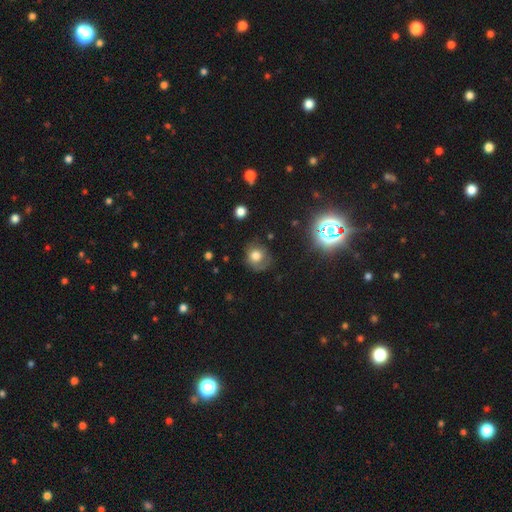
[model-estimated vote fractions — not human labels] Smooth or featured? smooth (69%)
How rounded? round (79%)
Merging? none (61%)